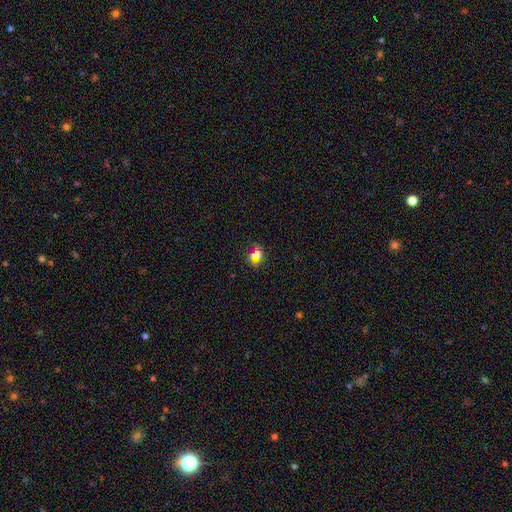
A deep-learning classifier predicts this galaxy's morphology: This is likely a smooth galaxy (64%). How rounded: likely round (69%). Merging: likely none (73%).